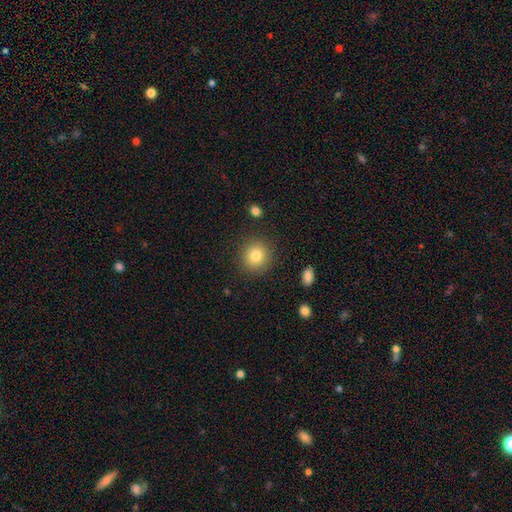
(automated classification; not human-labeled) smooth-or-featured: smooth: 81% | star or artifact: 10% | featured or disk: 8%
  how-rounded: round: 89% | in between: 10% | cigar-shaped: 1%
  merging: none: 88% | minor disturbance: 7% | major disturbance: 3% | merger: 1%